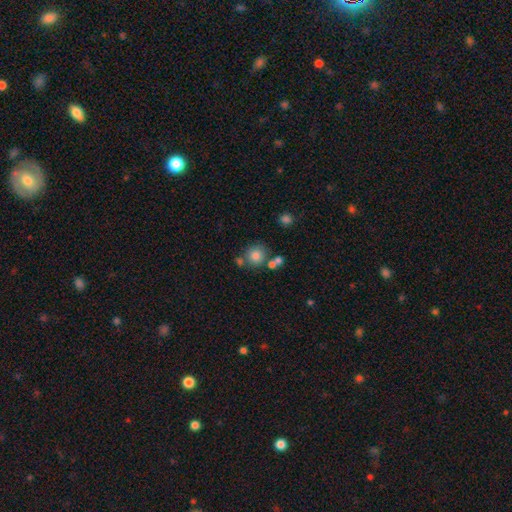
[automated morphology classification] Smooth or featured: smooth — 79% (star or artifact — 11%)
How rounded: round — 88% (in between — 11%)
Merging: none — 65% (merger — 20%)